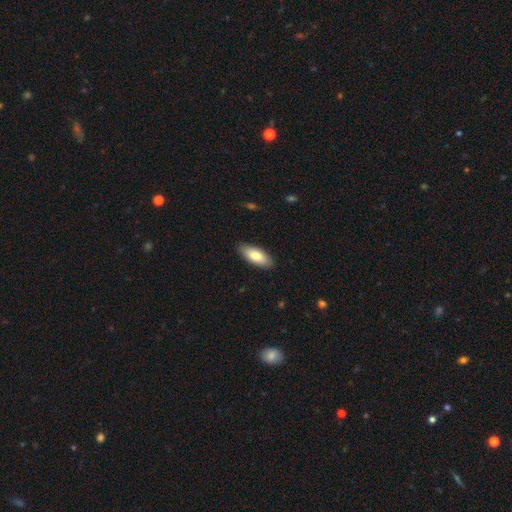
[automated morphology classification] smooth-or-featured: smooth: 80% | featured or disk: 14% | star or artifact: 6%
  how-rounded: in between: 80% | cigar-shaped: 18% | round: 2%
  merging: none: 88% | minor disturbance: 9% | major disturbance: 2% | merger: 1%